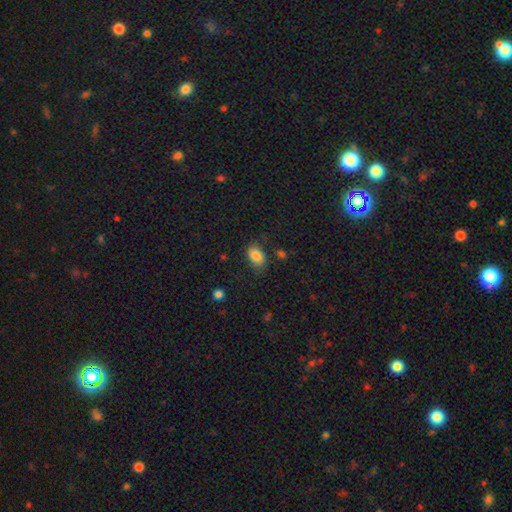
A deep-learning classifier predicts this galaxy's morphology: smooth-or-featured: smooth: 84% | star or artifact: 9% | featured or disk: 7%
  how-rounded: in between: 83% | round: 16% | cigar-shaped: 1%
  merging: none: 74% | minor disturbance: 19% | major disturbance: 5% | merger: 2%